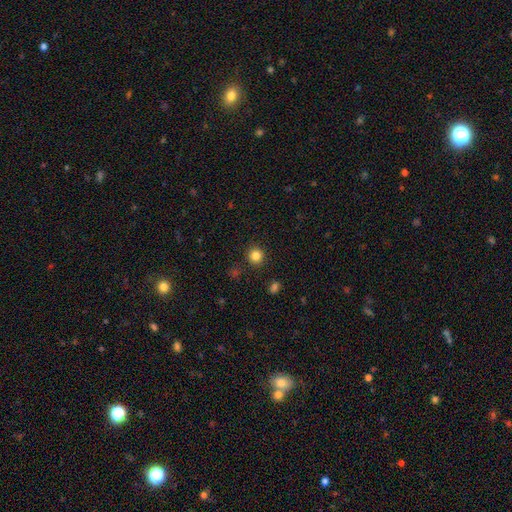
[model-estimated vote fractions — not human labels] Overall: smooth (84%). How rounded: round (93%). Merging: none (90%).